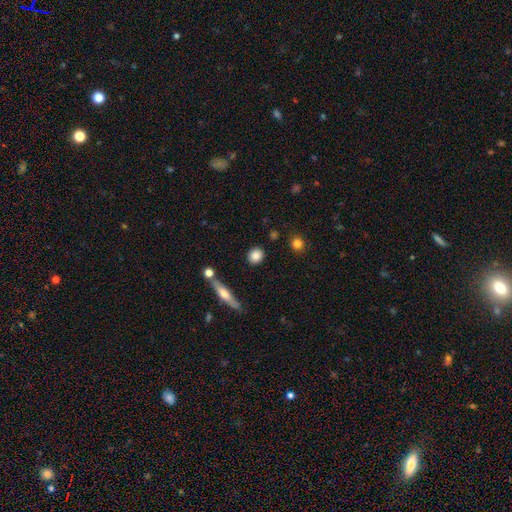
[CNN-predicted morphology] smooth-or-featured: smooth: 85% | star or artifact: 8% | featured or disk: 8%
  how-rounded: round: 75% | in between: 22% | cigar-shaped: 3%
  merging: none: 88% | minor disturbance: 7% | merger: 3% | major disturbance: 2%